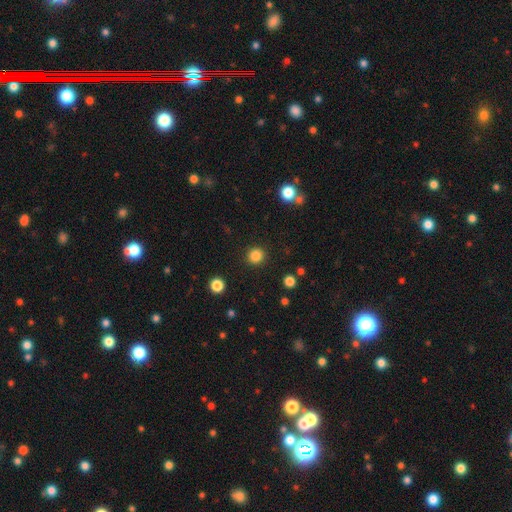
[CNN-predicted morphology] This appears to be a smooth galaxy with no disk features (84%) that is round (91%). Merging: none (91%).